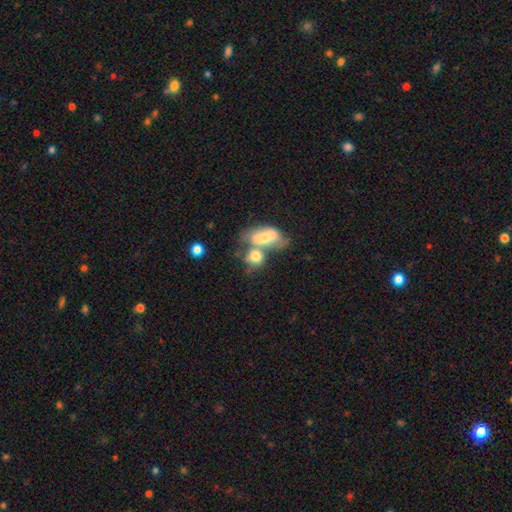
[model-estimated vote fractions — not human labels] A smooth galaxy with no disk features (68%) that is in between round and cigar-shaped (60%). Merging: merger (63%).